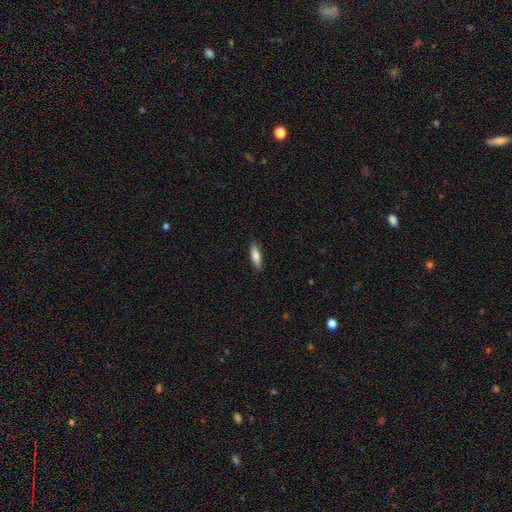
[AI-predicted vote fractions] Morphology: type=smooth (81%); roundness=cigar-shaped (54%); merging=none (87%).